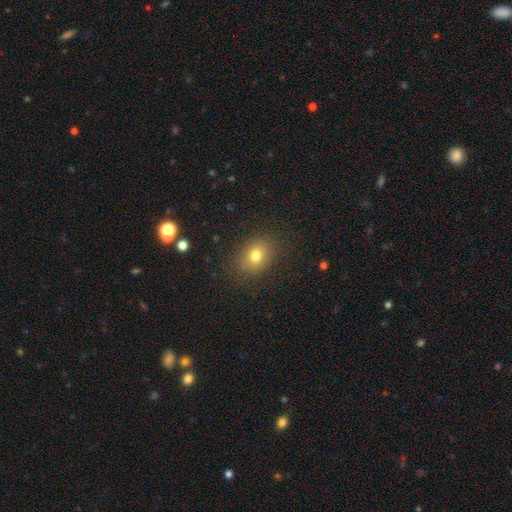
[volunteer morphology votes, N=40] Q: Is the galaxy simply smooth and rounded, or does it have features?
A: smooth — 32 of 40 (80%).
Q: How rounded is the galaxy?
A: round — 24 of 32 (75%).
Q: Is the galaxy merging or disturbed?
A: none — 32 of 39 (82%).